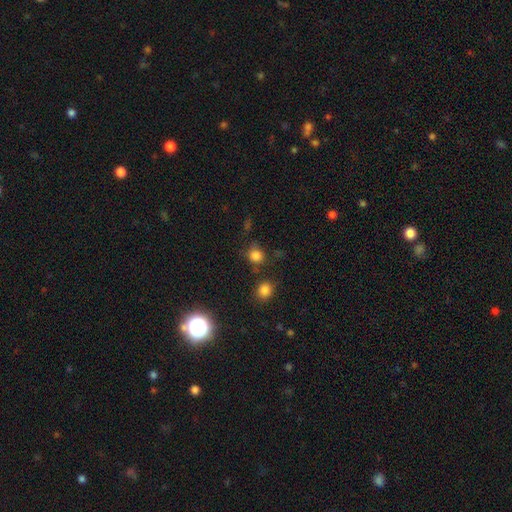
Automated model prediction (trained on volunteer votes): A smooth galaxy with no disk features (80%) that is round (83%).

Vote fractions:
- Smooth or featured? smooth: 80% / star or artifact: 15% / featured or disk: 5%
- How rounded? round: 83% / in between: 15% / cigar-shaped: 1%
- Merging? none: 70% / minor disturbance: 15% / merger: 9% / major disturbance: 6%